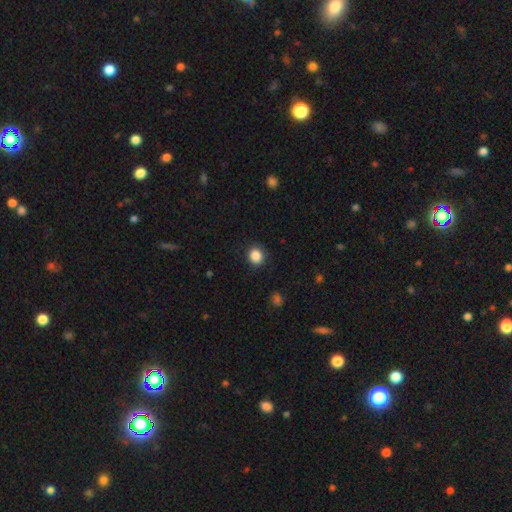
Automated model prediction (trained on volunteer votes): Morphology: type=smooth (87%); roundness=round (78%); merging=none (86%).